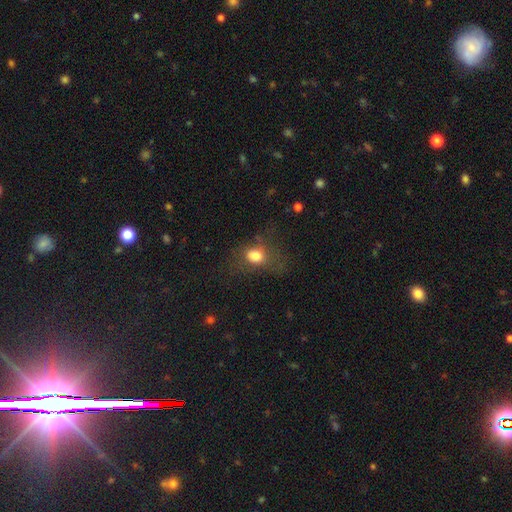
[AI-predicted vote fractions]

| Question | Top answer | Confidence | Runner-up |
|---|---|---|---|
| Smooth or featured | smooth | 75% | featured or disk (12%) |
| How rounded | in between | 56% | round (43%) |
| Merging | none | 51% | major disturbance (24%) |